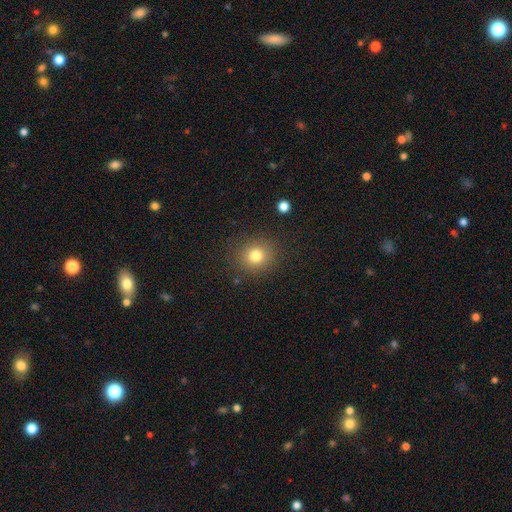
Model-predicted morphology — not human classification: A smooth galaxy with no disk features (79%) that is round (83%). Merging: none (87%).